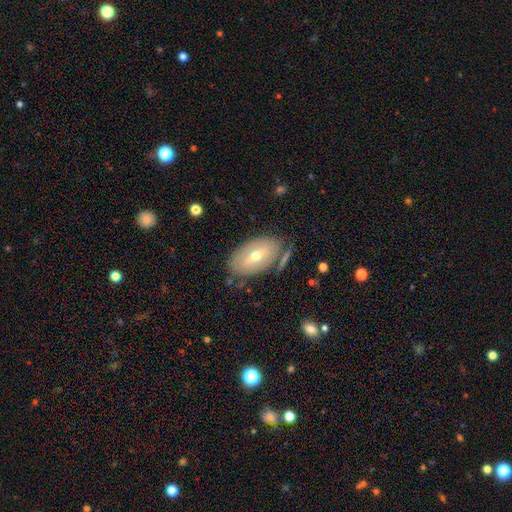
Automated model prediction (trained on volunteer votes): Overall: featured or disk (47%; smooth 46%). Merging: none (72%).